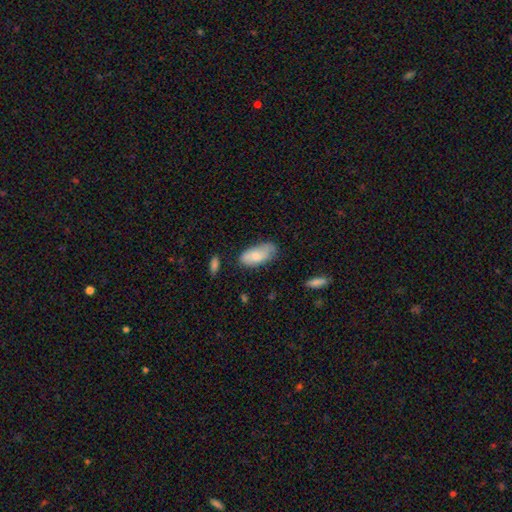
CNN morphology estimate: This is likely a smooth galaxy (74%). How rounded: clearly in between (91%). Merging: possibly none (60%).